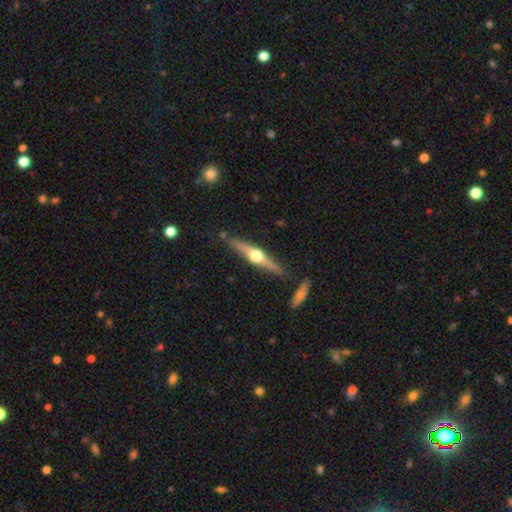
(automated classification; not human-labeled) A featured or disk galaxy (78%) viewed edge-on (98%) with a rounded central bulge (96%). Merging: none (84%).